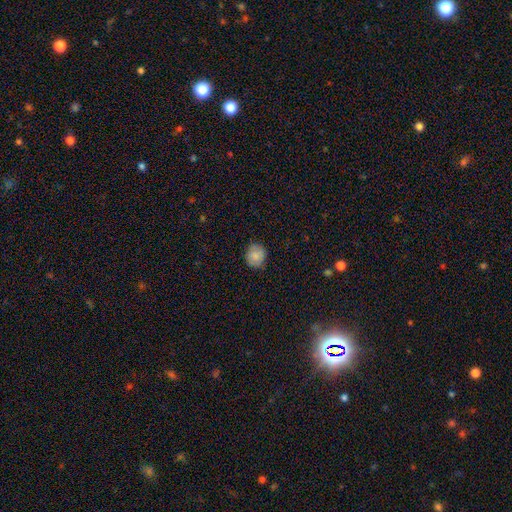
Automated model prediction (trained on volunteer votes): Morphology: type=smooth (83%); roundness=round (78%); merging=none (84%).